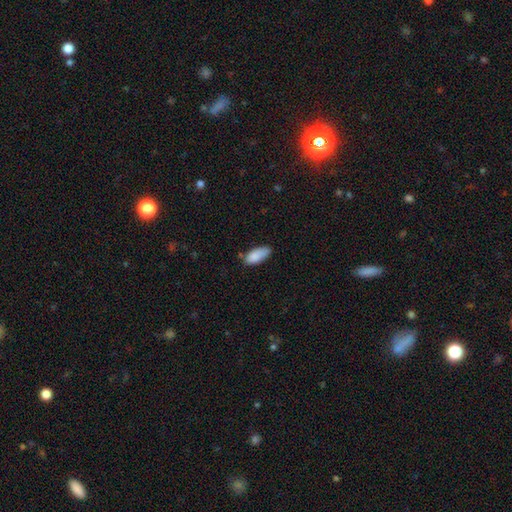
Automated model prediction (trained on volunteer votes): Smooth or featured: smooth — 87% (star or artifact — 7%)
How rounded: in between — 84% (cigar-shaped — 14%)
Merging: none — 60% (minor disturbance — 31%)